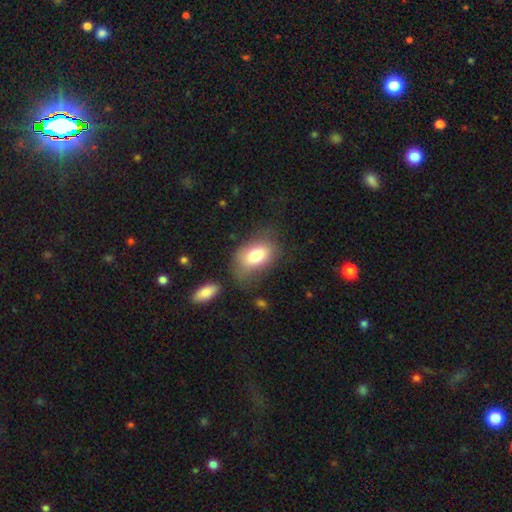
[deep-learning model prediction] This is likely a smooth galaxy (78%). How rounded: clearly in between (87%). Merging: possibly none (58%).